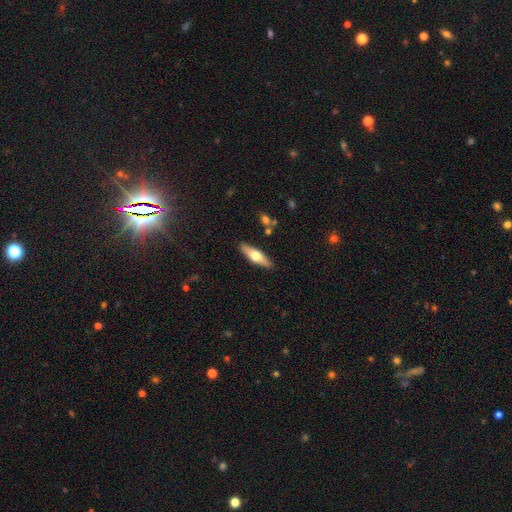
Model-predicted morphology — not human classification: Smooth or featured: smooth — 50% (featured or disk — 44%)
How rounded: cigar-shaped — 59% (in between — 38%)
Merging: none — 88% (minor disturbance — 8%)